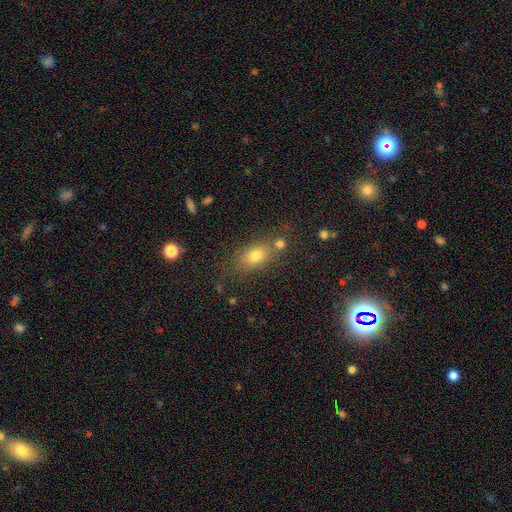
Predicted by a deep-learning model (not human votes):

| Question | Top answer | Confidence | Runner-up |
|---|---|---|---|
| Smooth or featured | smooth | 75% | star or artifact (13%) |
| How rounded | in between | 74% | round (20%) |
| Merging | none | 66% | merger (15%) |